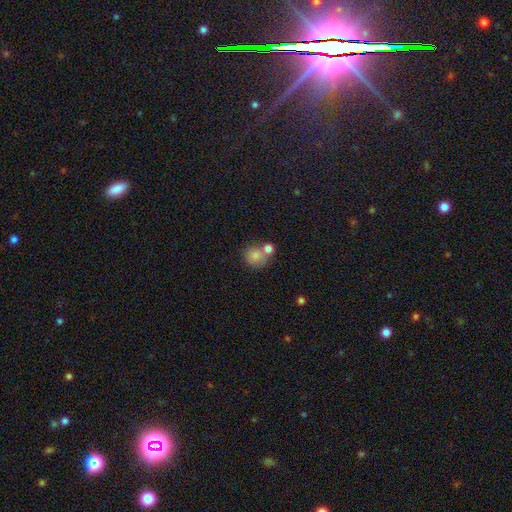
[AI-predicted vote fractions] Smooth or featured? smooth (82%)
How rounded? round (85%)
Merging? none (52%)